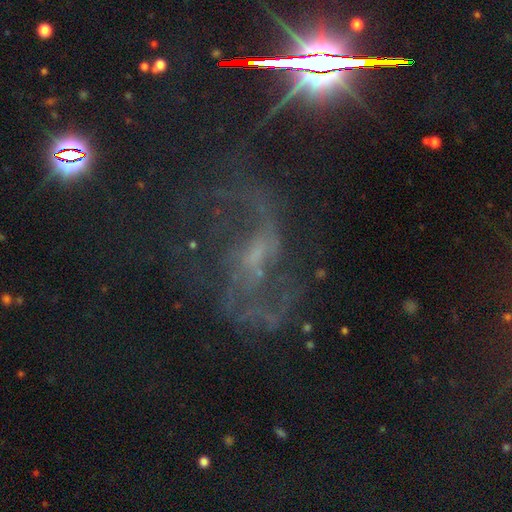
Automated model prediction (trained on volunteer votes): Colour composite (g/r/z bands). It shows a featured or disk galaxy (68%) with a weak bar (44%), 2 (73%) loose (62%) spiral arms (81%) and a small central bulge (41%). Merging: none (49%).